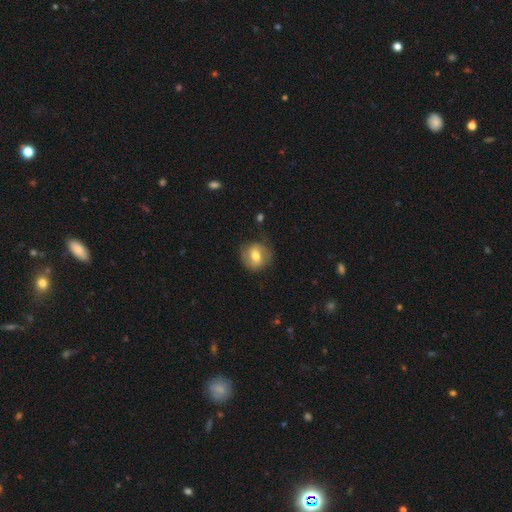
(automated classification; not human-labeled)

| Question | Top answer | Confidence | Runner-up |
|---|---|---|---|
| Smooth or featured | smooth | 55% | featured or disk (37%) |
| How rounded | round | 73% | in between (25%) |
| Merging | none | 74% | minor disturbance (18%) |